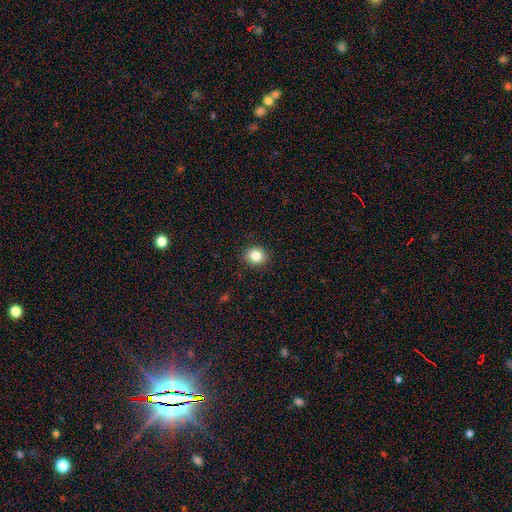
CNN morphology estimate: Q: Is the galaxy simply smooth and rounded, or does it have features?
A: smooth — 83%.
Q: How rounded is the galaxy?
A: round — 72%.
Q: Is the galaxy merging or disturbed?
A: none — 90%.